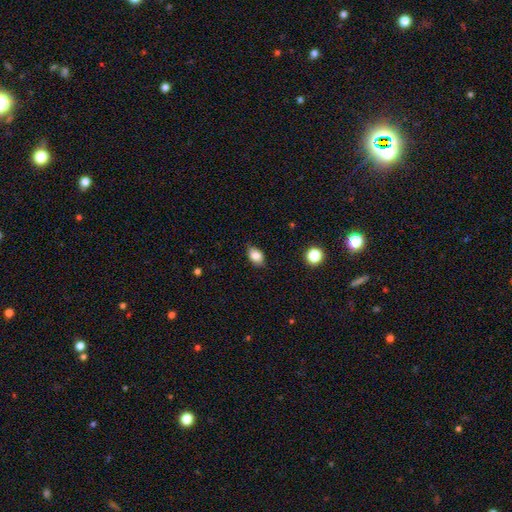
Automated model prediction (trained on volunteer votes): A smooth galaxy with no disk features (83%) that is in between round and cigar-shaped (79%). Merging: none (79%).